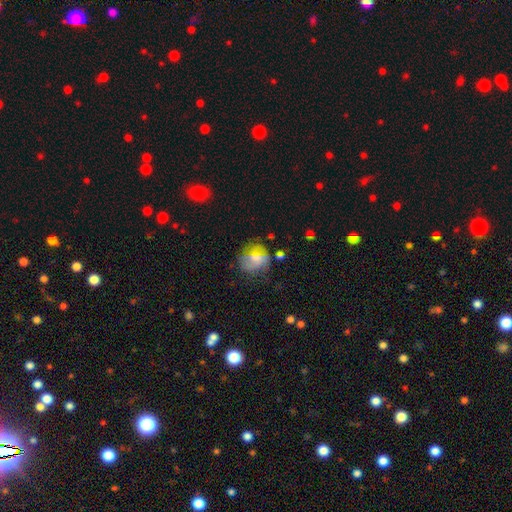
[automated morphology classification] The model was most divided on "smooth or featured": smooth: 58%, featured or disk: 30%, star or artifact: 12%. More confident: how rounded — round (66%); merging — none (55%).